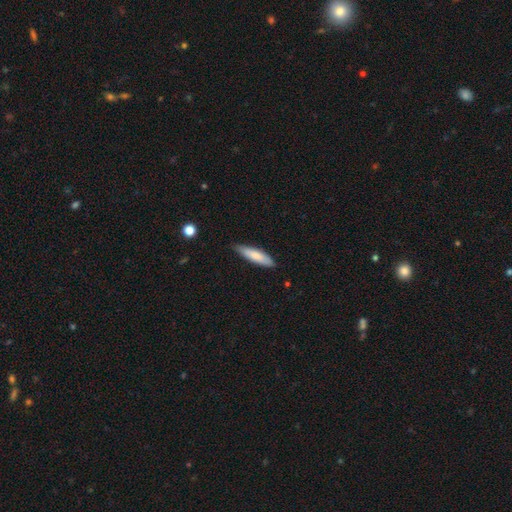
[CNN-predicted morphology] Smooth or featured: smooth — 78% (featured or disk — 16%)
How rounded: cigar-shaped — 69% (in between — 29%)
Merging: none — 79% (minor disturbance — 17%)